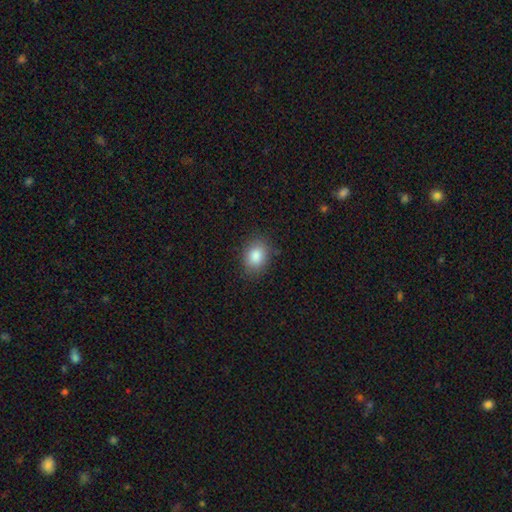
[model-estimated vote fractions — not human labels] A smooth galaxy with no disk features (86%) that is in between round and cigar-shaped (60%).

Vote fractions:
- Smooth or featured? smooth: 86% / star or artifact: 9% / featured or disk: 6%
- How rounded? in between: 60% / round: 39% / cigar-shaped: 1%
- Merging? none: 83% / minor disturbance: 13% / major disturbance: 3% / merger: 1%